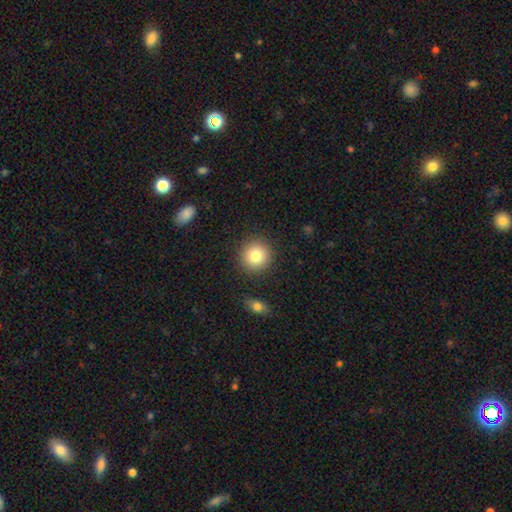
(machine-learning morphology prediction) This is clearly a smooth galaxy (81%). How rounded: clearly round (93%). Merging: clearly none (89%).